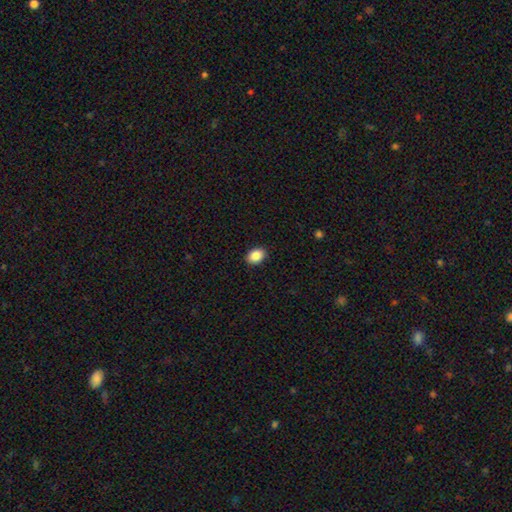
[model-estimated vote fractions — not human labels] A smooth galaxy with no disk features (87%) that is in between round and cigar-shaped (73%).

Vote fractions:
- Smooth or featured? smooth: 87% / star or artifact: 8% / featured or disk: 5%
- How rounded? in between: 73% / round: 26% / cigar-shaped: 1%
- Merging? none: 91% / minor disturbance: 7% / major disturbance: 2% / merger: 1%